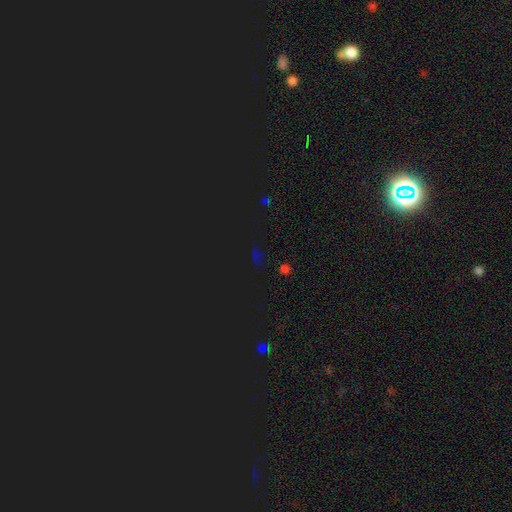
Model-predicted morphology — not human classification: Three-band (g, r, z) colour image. It shows a star or artifact, not a galaxy (71%).